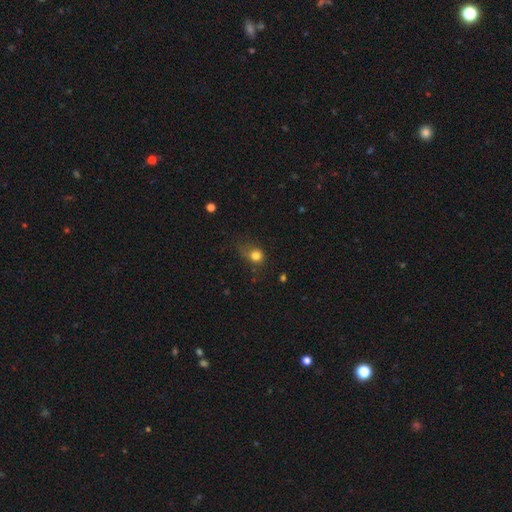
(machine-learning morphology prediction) This is likely a smooth galaxy (79%). How rounded: likely round (70%). Merging: possibly none (47%).